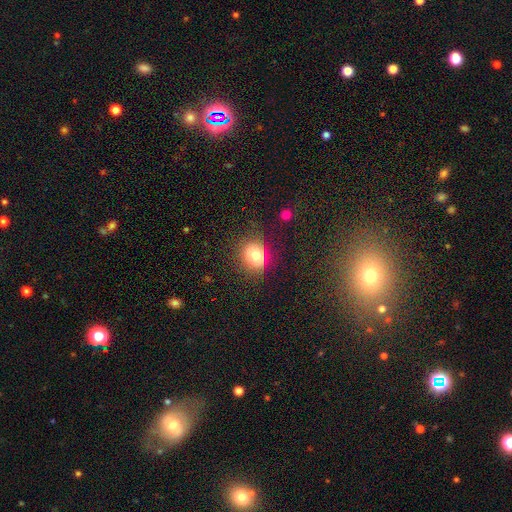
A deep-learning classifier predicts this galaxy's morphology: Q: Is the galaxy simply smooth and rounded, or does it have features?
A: smooth — 75%.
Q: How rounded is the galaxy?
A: round — 62%.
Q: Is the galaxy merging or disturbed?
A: none — 78%.